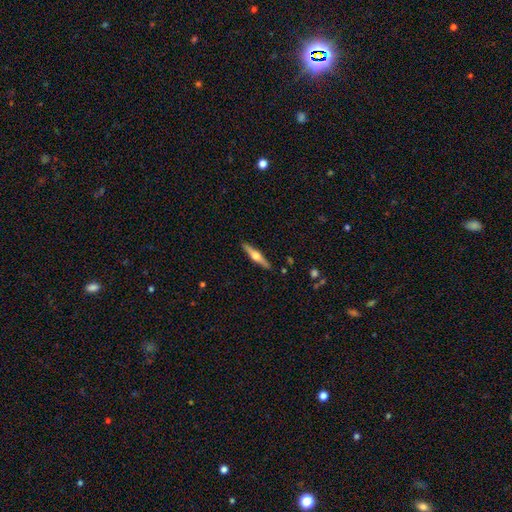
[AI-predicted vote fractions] Q: Smooth or featured?
A: featured or disk (68%); runner-up: smooth (26%)
Q: Edge-on disk?
A: yes (97%); runner-up: no (3%)
Q: Edge-on bulge?
A: rounded (95%); runner-up: boxy (3%)
Q: Merging?
A: none (90%); runner-up: minor disturbance (7%)